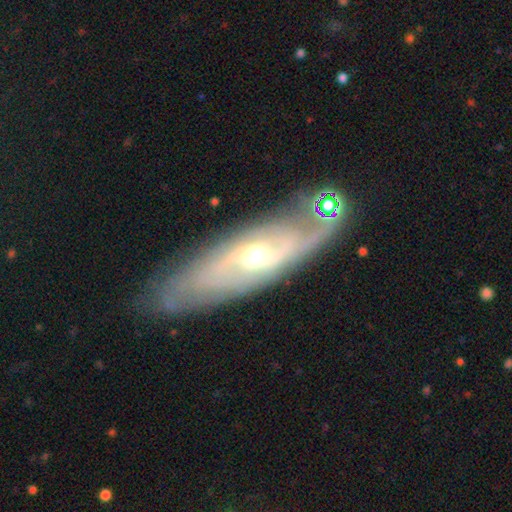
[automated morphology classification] smooth_or_featured: featured or disk (p=0.81) [alt: smooth p=0.13]
disk_edge_on: no (p=0.81) [alt: yes p=0.19]
bar: no (p=0.54) [alt: weak p=0.33]
has_spiral_arms: yes (p=0.85) [alt: no p=0.15]
spiral_winding: tight (p=0.45) [alt: medium p=0.36]
spiral_arm_count: 2 (p=0.50) [alt: can't tell p=0.34]
bulge_size: moderate (p=0.60) [alt: small p=0.34]
merging: none (p=0.72) [alt: minor disturbance p=0.17]